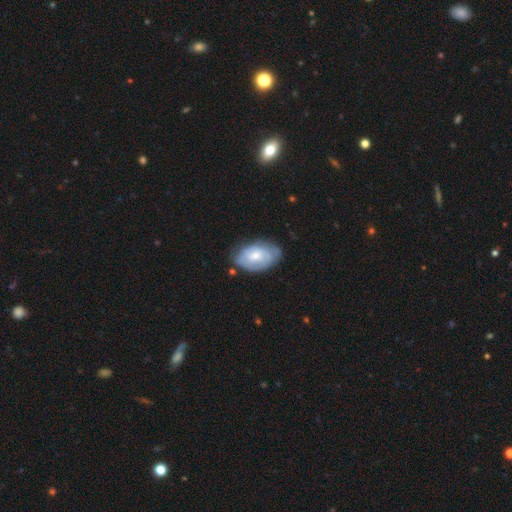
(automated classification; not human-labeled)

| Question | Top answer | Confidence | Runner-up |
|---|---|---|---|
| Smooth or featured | featured or disk | 56% | smooth (38%) |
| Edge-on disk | no | 96% | yes (4%) |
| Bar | no | 74% | weak (23%) |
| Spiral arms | yes | 70% | no (30%) |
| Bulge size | small | 47% | moderate (45%) |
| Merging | none | 62% | minor disturbance (28%) |